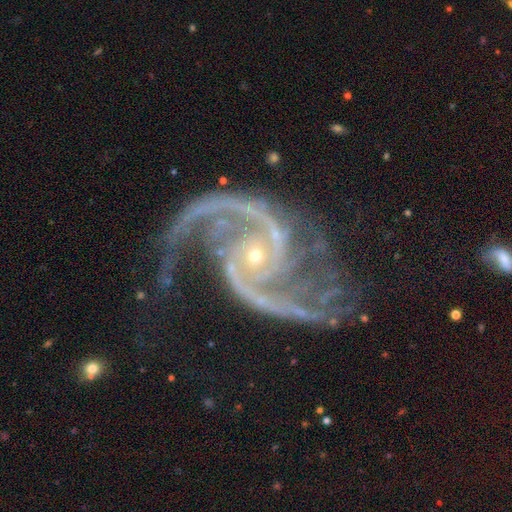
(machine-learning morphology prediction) Smooth or featured? featured or disk (93%)
Edge-on disk? no (98%)
Bar? no (67%)
Spiral arms? yes (99%)
Spiral winding? medium (54%)
Spiral arm count? 2 (82%)
Bulge size? small (83%)
Merging? none (58%)